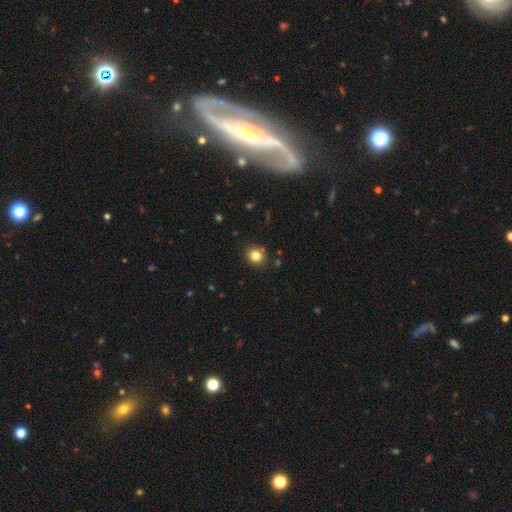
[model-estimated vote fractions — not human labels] Smooth or featured? smooth (83%)
How rounded? round (80%)
Merging? none (86%)